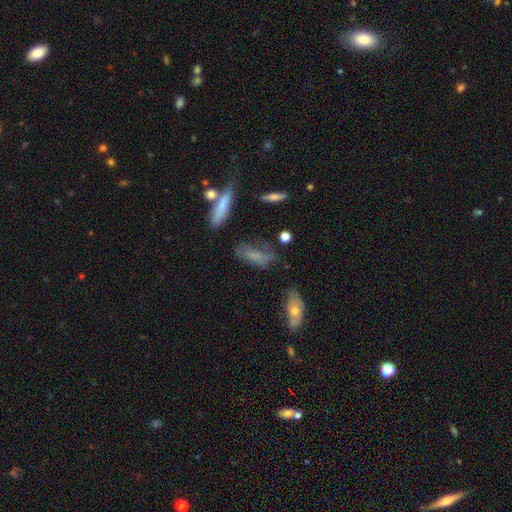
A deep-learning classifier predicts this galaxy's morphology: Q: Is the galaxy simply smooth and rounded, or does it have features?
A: smooth — 62%.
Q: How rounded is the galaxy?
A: in between — 63%.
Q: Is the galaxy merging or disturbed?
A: none — 47%.